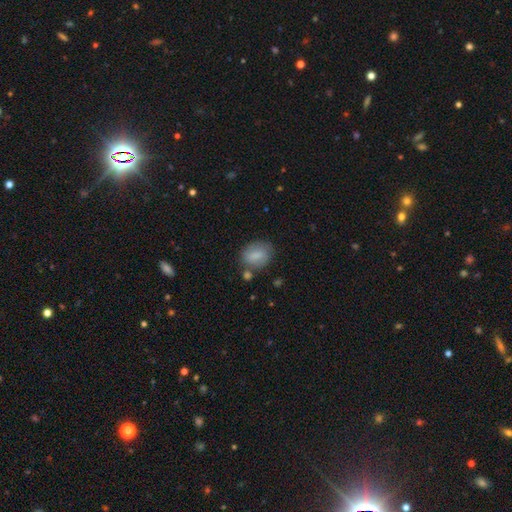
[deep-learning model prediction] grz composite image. It shows a smooth galaxy with no disk features (79%) that is in between round and cigar-shaped (70%). Merging: none (65%).